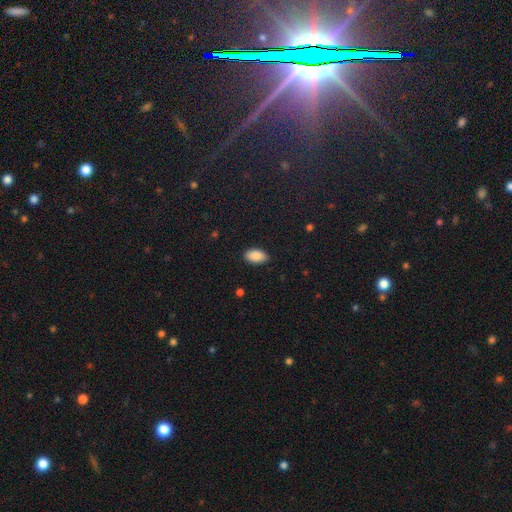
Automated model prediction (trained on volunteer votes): Smooth or featured?
  - smooth: 88% *
  - star or artifact: 7%
  - featured or disk: 5%
How rounded?
  - in between: 94% *
  - round: 4%
  - cigar-shaped: 2%
Merging?
  - none: 86% *
  - minor disturbance: 10%
  - major disturbance: 2%
  - merger: 1%